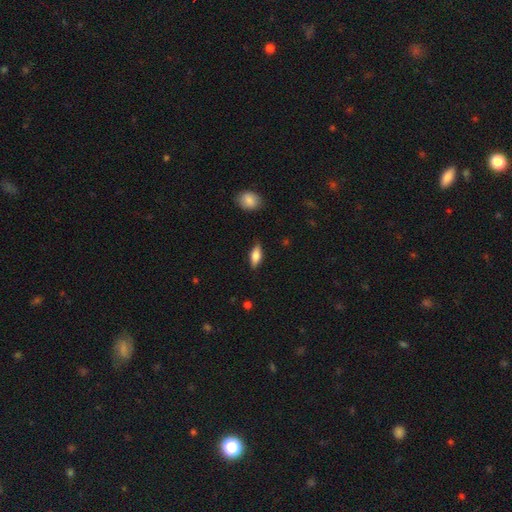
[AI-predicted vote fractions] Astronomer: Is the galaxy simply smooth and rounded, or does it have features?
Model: smooth — 66%.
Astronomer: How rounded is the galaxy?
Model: in between — 74%.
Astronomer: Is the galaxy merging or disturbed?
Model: none — 84%.